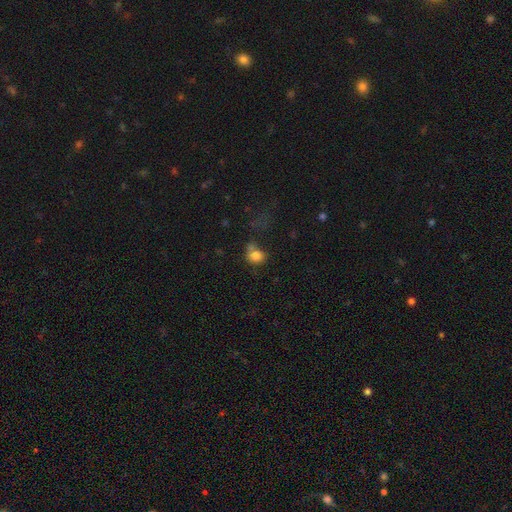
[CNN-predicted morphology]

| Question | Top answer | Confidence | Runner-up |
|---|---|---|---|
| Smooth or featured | smooth | 80% | star or artifact (11%) |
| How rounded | round | 58% | in between (41%) |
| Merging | none | 39% | minor disturbance (23%) |